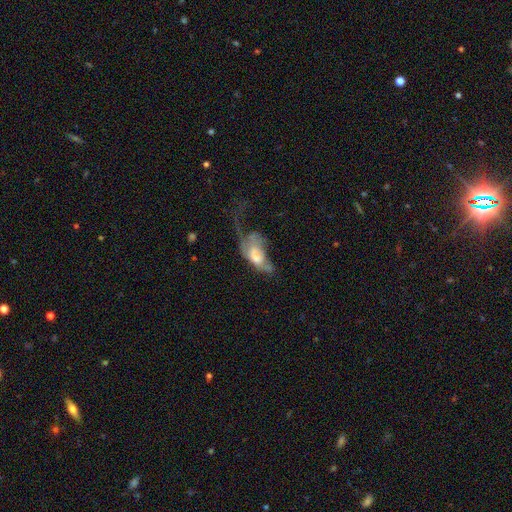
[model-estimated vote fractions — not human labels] smooth_or_featured: smooth (p=0.50) [alt: featured or disk p=0.41]
how_rounded: in between (p=0.87) [alt: cigar-shaped p=0.08]
merging: major disturbance (p=0.63) [alt: minor disturbance p=0.13]